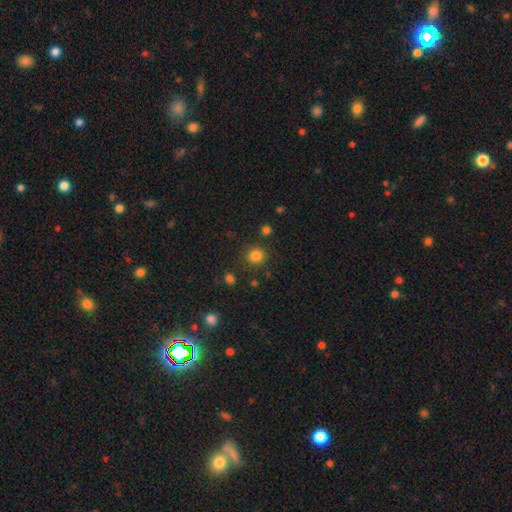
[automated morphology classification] Smooth or featured: smooth — 83% (star or artifact — 13%)
How rounded: round — 91% (in between — 8%)
Merging: none — 86% (minor disturbance — 7%)